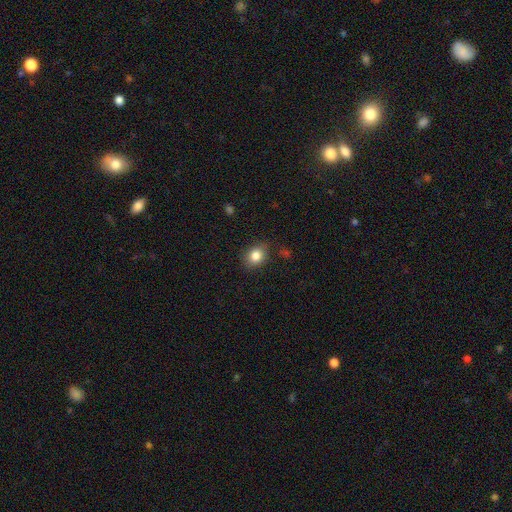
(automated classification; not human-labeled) Smooth or featured? Predicted: smooth (p=0.83). How rounded? Predicted: in between (p=0.52). Merging? Predicted: none (p=0.82).